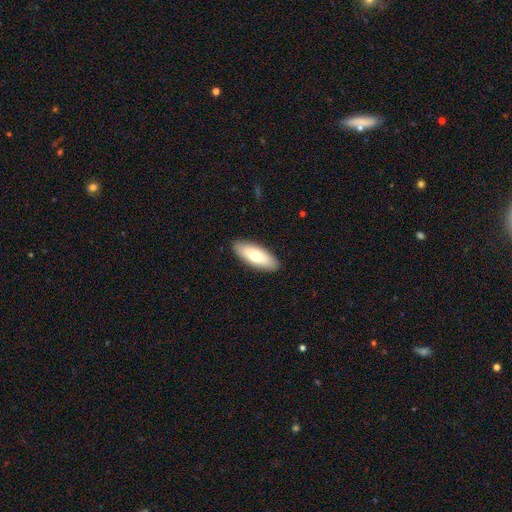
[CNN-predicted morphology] This appears to be a smooth galaxy with no disk features (69%) that is in between round and cigar-shaped (72%). Merging: none (90%).